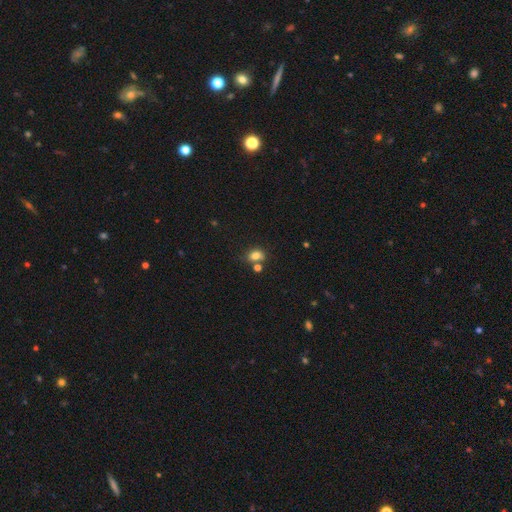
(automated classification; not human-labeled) The model was most divided on "how rounded": in between: 59%, round: 40%, cigar-shaped: 1%. More confident: smooth or featured — smooth (79%); merging — none (58%).